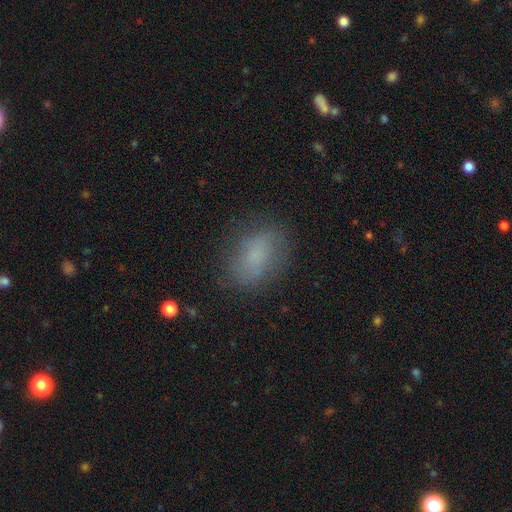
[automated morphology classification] A smooth galaxy with no disk features (73%) that is in between round and cigar-shaped (84%).

Vote fractions:
- Smooth or featured? smooth: 73% / featured or disk: 16% / star or artifact: 11%
- How rounded? in between: 84% / round: 13% / cigar-shaped: 3%
- Merging? none: 77% / minor disturbance: 16% / major disturbance: 6% / merger: 1%